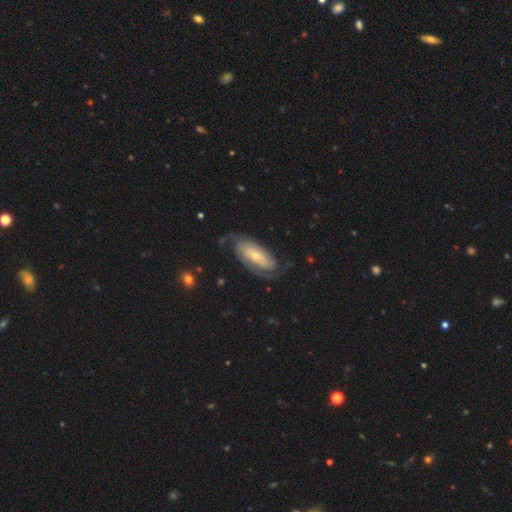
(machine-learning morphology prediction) Smooth or featured? Predicted: featured or disk (p=0.78). Edge-on disk? Predicted: no (p=0.93). Bar? Predicted: no (p=0.61). Spiral arms? Predicted: yes (p=0.92). Spiral winding? Predicted: tight (p=0.48). Spiral arm count? Predicted: 2 (p=0.71). Bulge size? Predicted: small (p=0.67). Merging? Predicted: none (p=0.66).